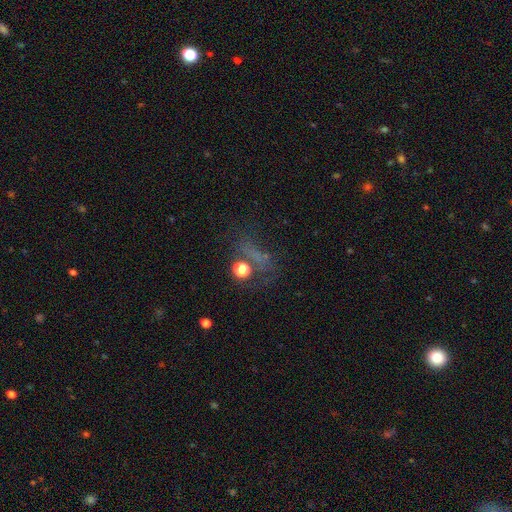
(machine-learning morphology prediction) star or artifact 44%, smooth 36%, featured or disk 19%.